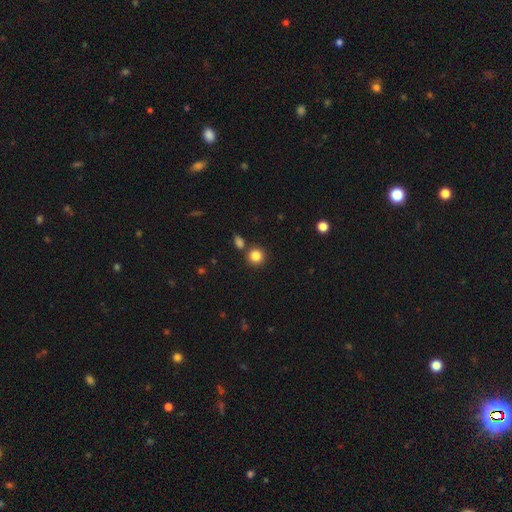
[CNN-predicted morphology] smooth 85%, star or artifact 11%, featured or disk 5%. Down the decision tree: how rounded — round (91%); merging — none (79%).